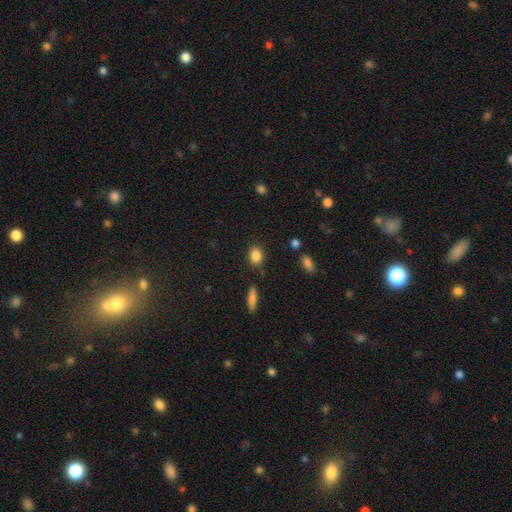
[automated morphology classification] This appears to be a smooth galaxy with no disk features (86%) that is in between round and cigar-shaped (60%). Merging: none (83%).